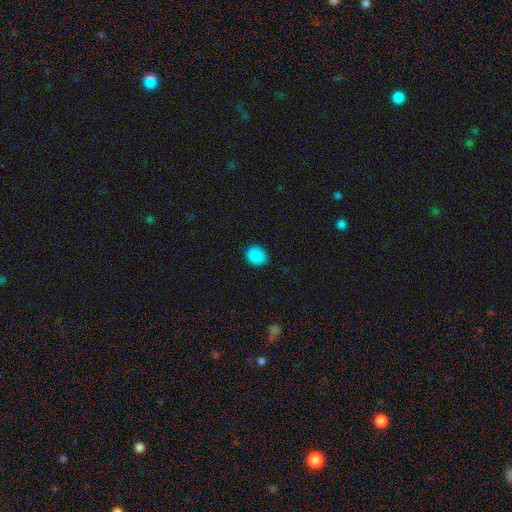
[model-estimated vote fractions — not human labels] Morphology: type=smooth (87%); roundness=round (69%); merging=none (83%).